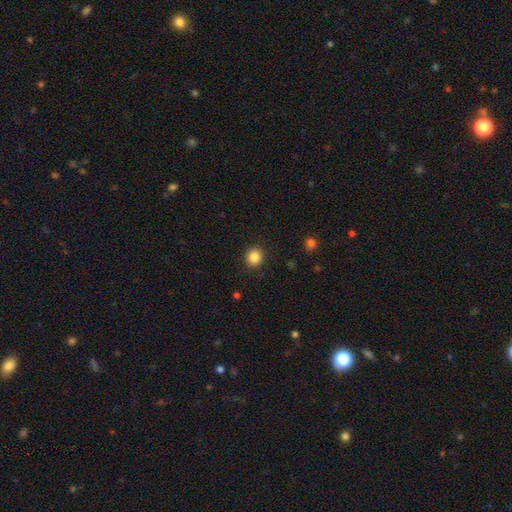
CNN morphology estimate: Q: Smooth or featured?
A: smooth (86%); runner-up: star or artifact (10%)
Q: How rounded?
A: round (83%); runner-up: in between (16%)
Q: Merging?
A: none (90%); runner-up: minor disturbance (7%)